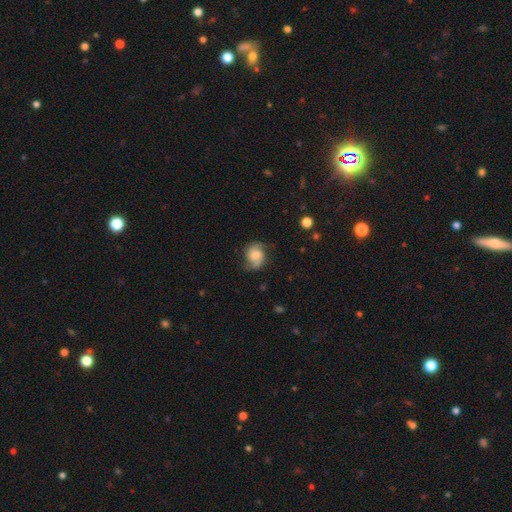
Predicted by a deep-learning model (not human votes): This appears to be a featured or disk galaxy (62%) with no bar (58%), 2 (87%) medium (46%) spiral arms (92%) and a moderate central bulge (35%). Merging: none (68%).